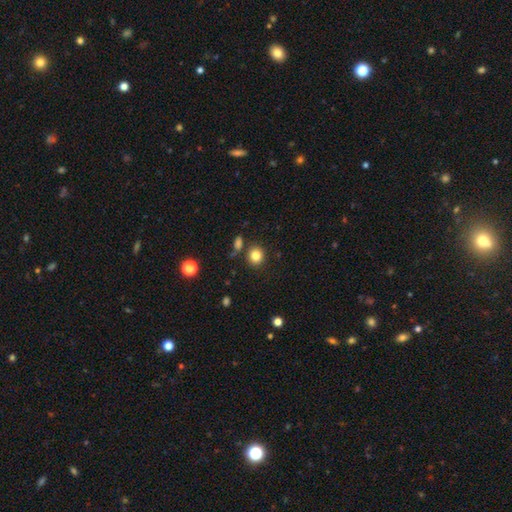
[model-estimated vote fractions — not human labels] This appears to be a smooth galaxy with no disk features (83%) that is round (86%). Merging: none (84%).